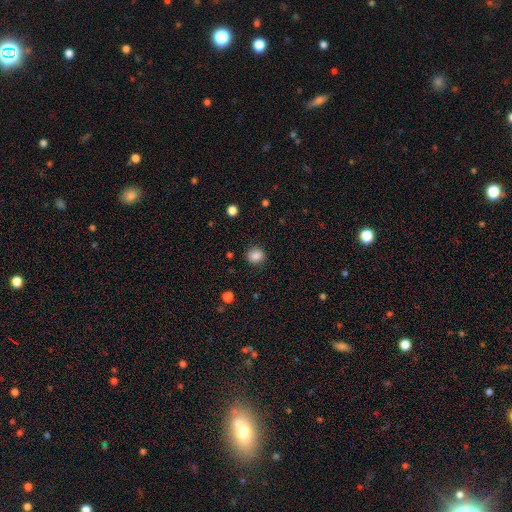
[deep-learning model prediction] The model was most divided on "how rounded": round: 86%, in between: 13%, cigar-shaped: 1%. More confident: merging — none (88%); smooth or featured — smooth (86%).